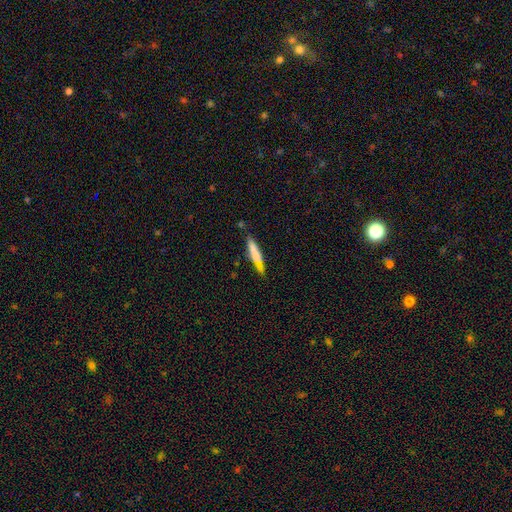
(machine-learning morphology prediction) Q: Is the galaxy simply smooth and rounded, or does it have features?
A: smooth — 65%.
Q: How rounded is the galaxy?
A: cigar-shaped — 89%.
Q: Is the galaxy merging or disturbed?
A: none — 68%.